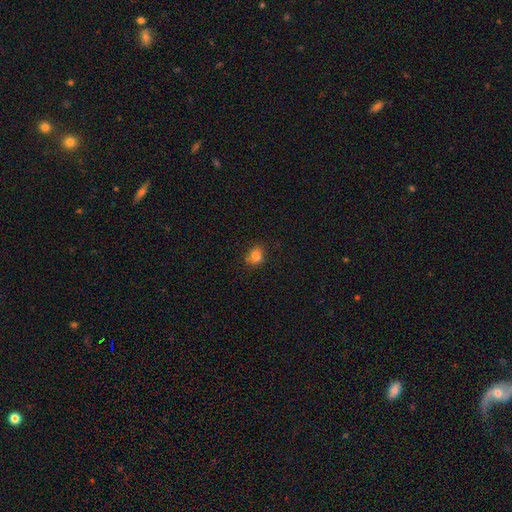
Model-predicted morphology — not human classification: Overall: smooth (80%). How rounded: round (61%; in between 38%). Merging: none (67%).